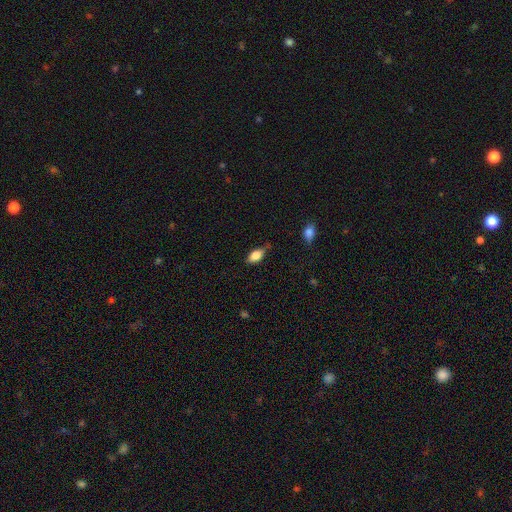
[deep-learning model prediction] Smooth or featured?
  - smooth: 80% *
  - featured or disk: 12%
  - star or artifact: 8%
How rounded?
  - in between: 88% *
  - cigar-shaped: 6%
  - round: 6%
Merging?
  - none: 64% *
  - minor disturbance: 27%
  - major disturbance: 6%
  - merger: 3%